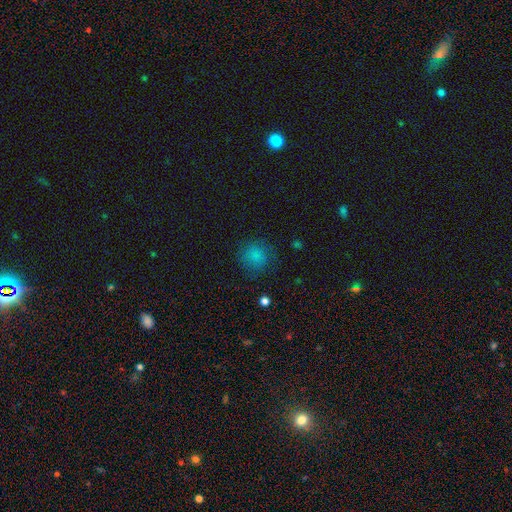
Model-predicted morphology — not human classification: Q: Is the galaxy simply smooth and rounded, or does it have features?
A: smooth — 81%.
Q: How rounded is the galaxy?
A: round — 89%.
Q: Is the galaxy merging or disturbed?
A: none — 78%.